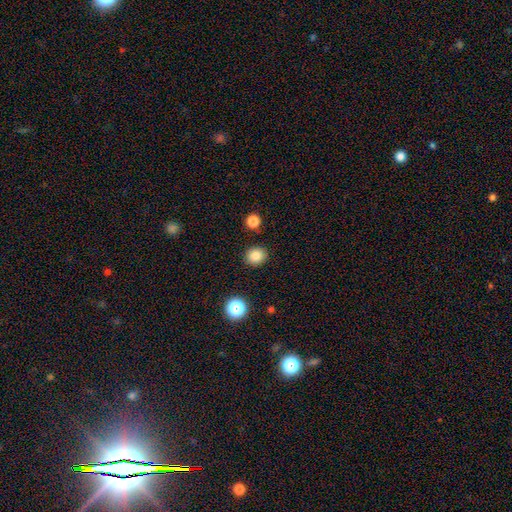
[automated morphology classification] smooth 83%, star or artifact 11%, featured or disk 5%. Down the decision tree: how rounded — round (78%); merging — none (89%).